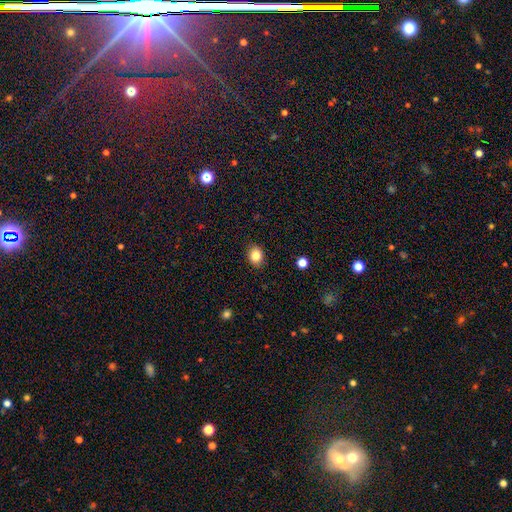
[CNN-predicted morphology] A smooth galaxy with no disk features (84%) that is in between round and cigar-shaped (53%).

Vote fractions:
- Smooth or featured? smooth: 84% / star or artifact: 10% / featured or disk: 6%
- How rounded? in between: 53% / round: 46% / cigar-shaped: 1%
- Merging? none: 88% / minor disturbance: 9% / major disturbance: 2% / merger: 1%